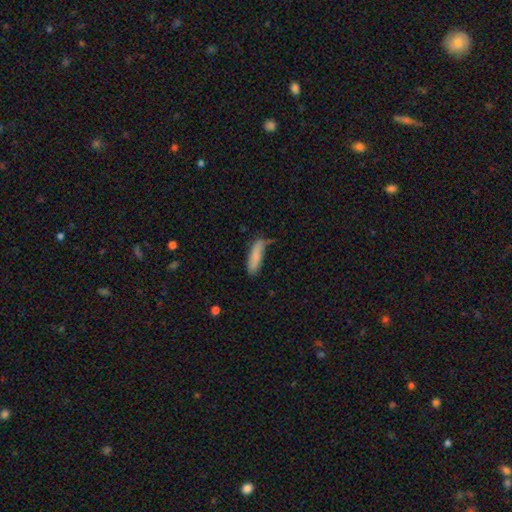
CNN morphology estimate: Smooth or featured?
  - smooth: 81% *
  - featured or disk: 12%
  - star or artifact: 7%
How rounded?
  - cigar-shaped: 63% *
  - in between: 35%
  - round: 2%
Merging?
  - none: 52% *
  - minor disturbance: 32%
  - major disturbance: 11%
  - merger: 5%